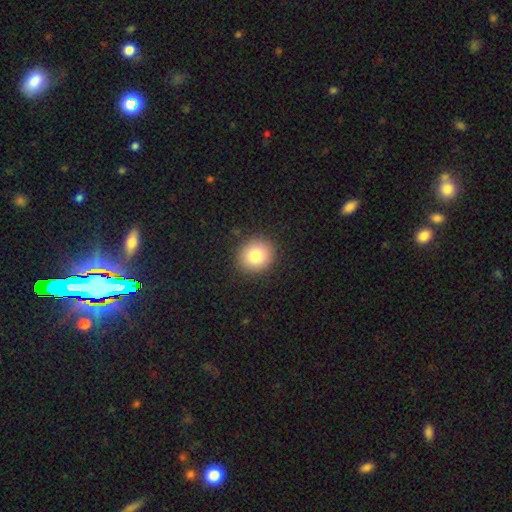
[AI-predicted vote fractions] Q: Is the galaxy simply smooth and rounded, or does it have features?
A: smooth — 81%.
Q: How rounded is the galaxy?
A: round — 79%.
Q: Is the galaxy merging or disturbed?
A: none — 90%.